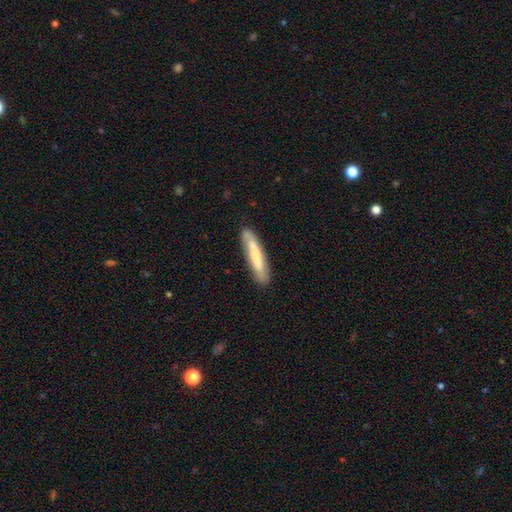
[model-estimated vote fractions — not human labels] Smooth or featured? Predicted: smooth (p=0.58). How rounded? Predicted: cigar-shaped (p=0.87). Merging? Predicted: none (p=0.82).